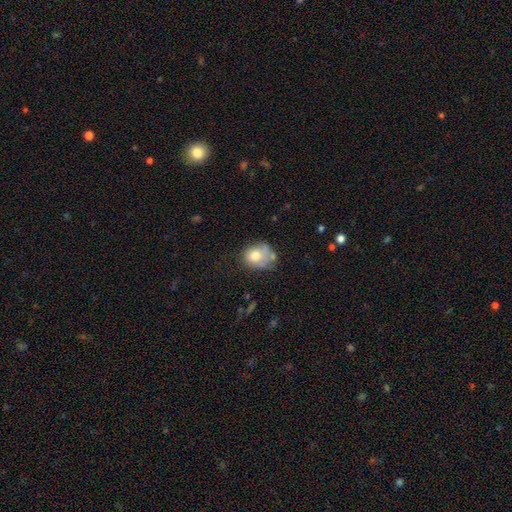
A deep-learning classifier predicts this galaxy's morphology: smooth-or-featured: smooth: 69% | featured or disk: 21% | star or artifact: 9%
  how-rounded: round: 58% | in between: 41% | cigar-shaped: 1%
  merging: none: 42% | minor disturbance: 28% | major disturbance: 16% | merger: 13%